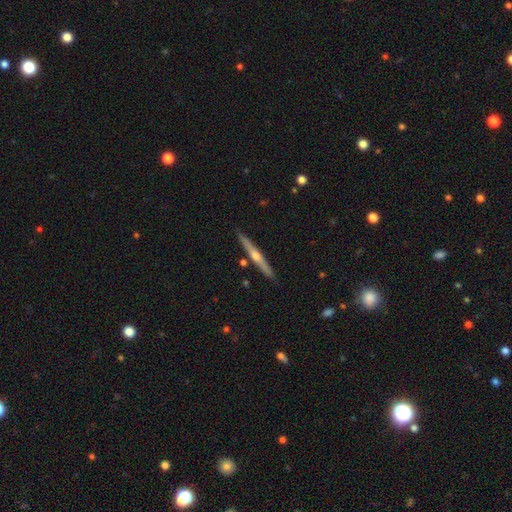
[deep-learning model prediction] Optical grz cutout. It shows a featured or disk galaxy (68%) viewed edge-on (98%) with a rounded central bulge (81%). Merging: none (89%).